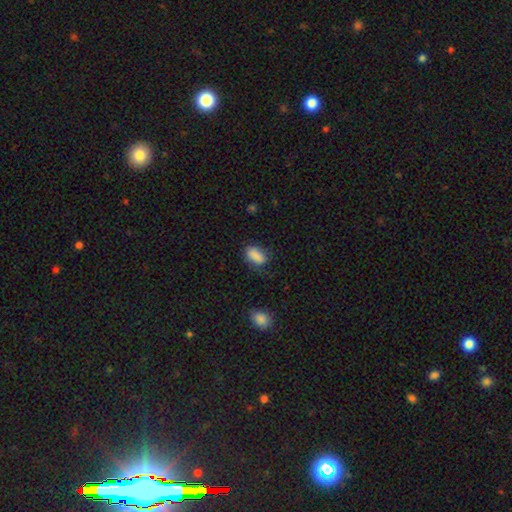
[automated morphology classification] A smooth galaxy with no disk features (86%) that is in between round and cigar-shaped (88%).

Vote fractions:
- Smooth or featured? smooth: 86% / star or artifact: 9% / featured or disk: 5%
- How rounded? in between: 88% / round: 7% / cigar-shaped: 5%
- Merging? none: 67% / minor disturbance: 24% / major disturbance: 7% / merger: 2%